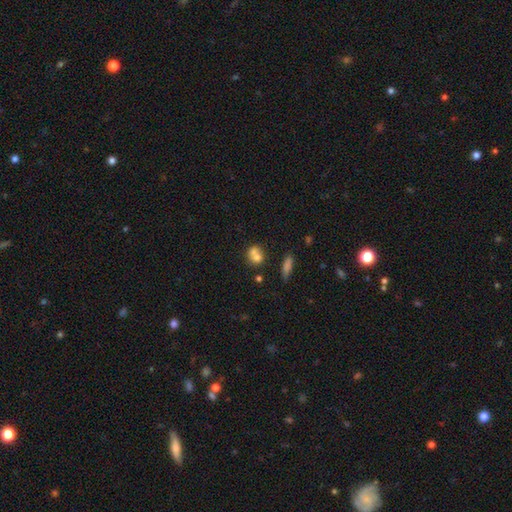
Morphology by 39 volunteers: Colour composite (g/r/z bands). It shows a smooth galaxy with no disk features (69%) that is round (44%, tied with in between). Merging: merger (60%).